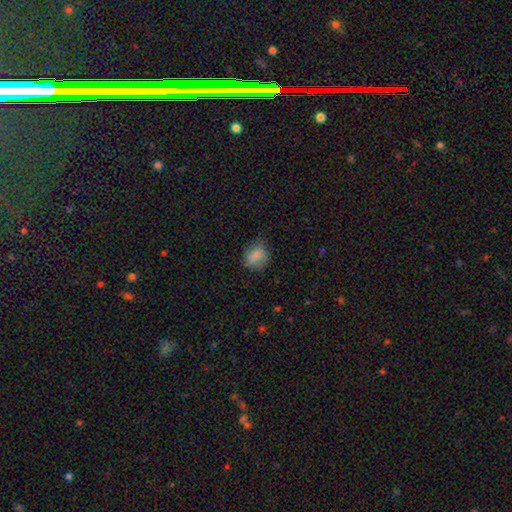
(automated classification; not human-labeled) The model was most divided on "how rounded": in between: 51%, round: 47%, cigar-shaped: 2%. More confident: smooth or featured — smooth (77%); merging — none (68%).